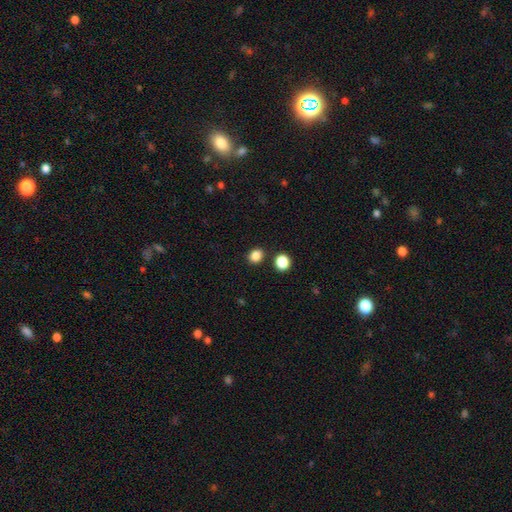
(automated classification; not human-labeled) A smooth galaxy with no disk features (85%) that is round (64%).

Vote fractions:
- Smooth or featured? smooth: 85% / star or artifact: 12% / featured or disk: 3%
- How rounded? round: 64% / in between: 35% / cigar-shaped: 1%
- Merging? none: 85% / minor disturbance: 7% / merger: 6% / major disturbance: 2%